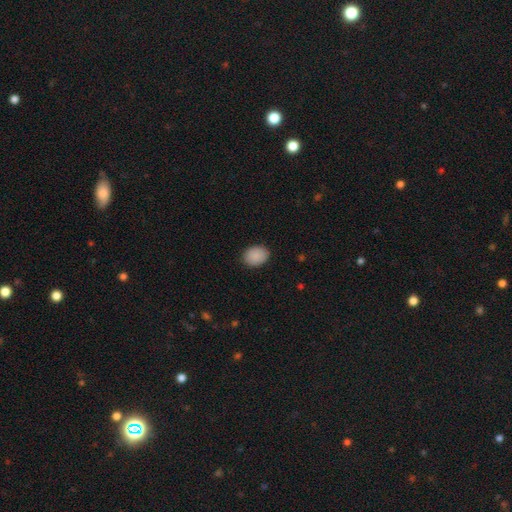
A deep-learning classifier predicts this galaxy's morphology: A smooth galaxy with no disk features (89%) that is in between round and cigar-shaped (56%). Merging: none (87%).